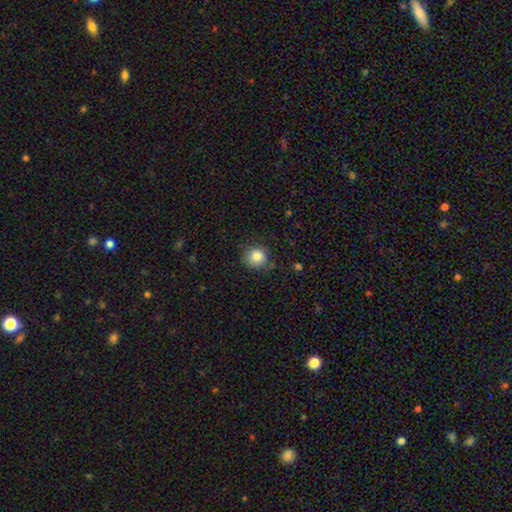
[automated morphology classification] Smooth or featured? Predicted: smooth (p=0.85). How rounded? Predicted: round (p=0.86). Merging? Predicted: none (p=0.78).